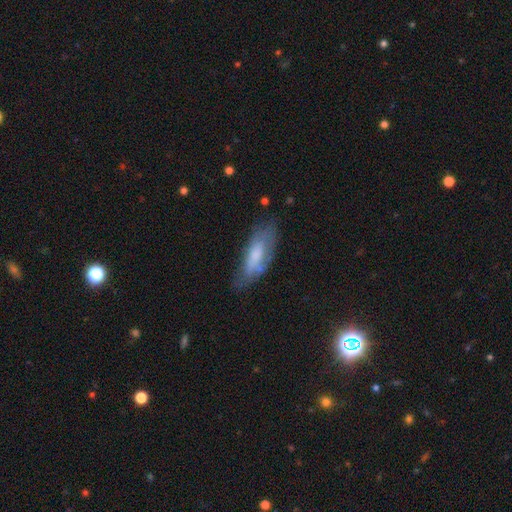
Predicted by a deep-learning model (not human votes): The model was most divided on "merging": none: 58%, minor disturbance: 29%, major disturbance: 11%, merger: 3%. More confident: how rounded — in between (64%); smooth or featured — smooth (61%).